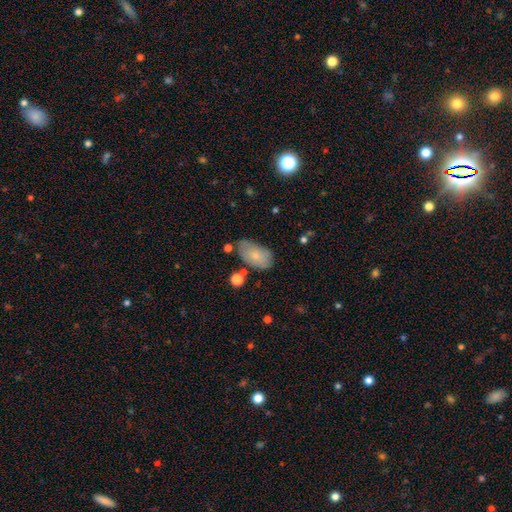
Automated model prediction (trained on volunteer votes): Smooth or featured?
  - smooth: 75% *
  - featured or disk: 18%
  - star or artifact: 7%
How rounded?
  - in between: 93% *
  - round: 5%
  - cigar-shaped: 2%
Merging?
  - none: 66% *
  - minor disturbance: 24%
  - major disturbance: 5%
  - merger: 5%